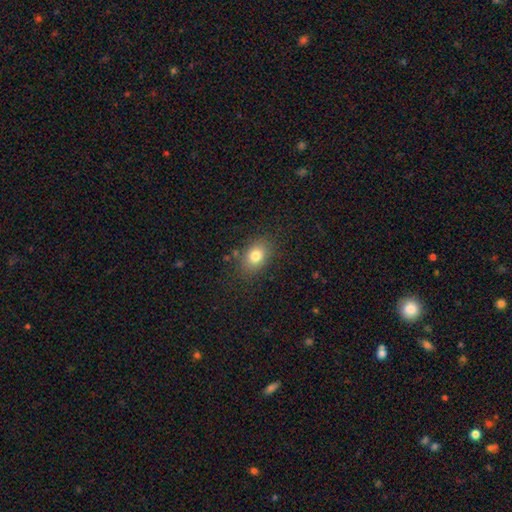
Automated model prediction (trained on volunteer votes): The model was most divided on "how rounded": in between: 71%, round: 28%, cigar-shaped: 1%. More confident: merging — none (82%); smooth or featured — smooth (79%).